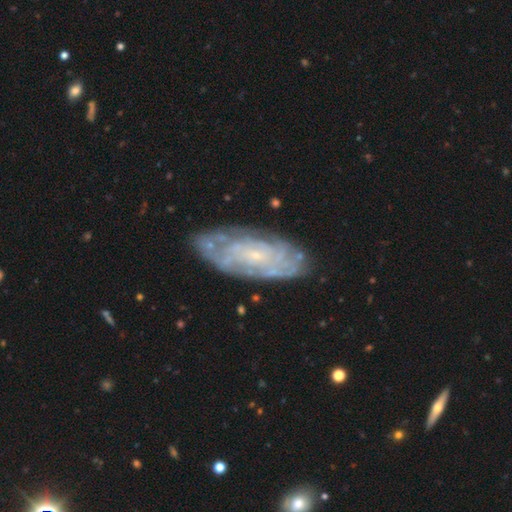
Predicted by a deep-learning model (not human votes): featured or disk 75%, smooth 18%, star or artifact 7%. Down the decision tree: edge-on disk — no (91%); bar — no (74%); spiral arms — yes (82%); spiral arm count — can't tell (62%); spiral winding — tight (73%); bulge size — small (80%); merging — none (77%).